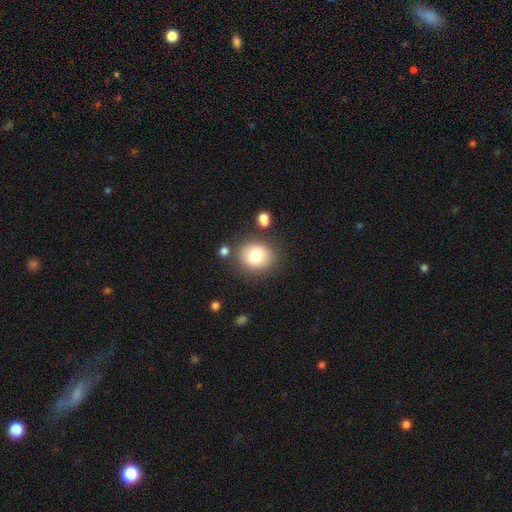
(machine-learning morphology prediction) Smooth or featured? smooth (82%)
How rounded? round (69%)
Merging? none (78%)